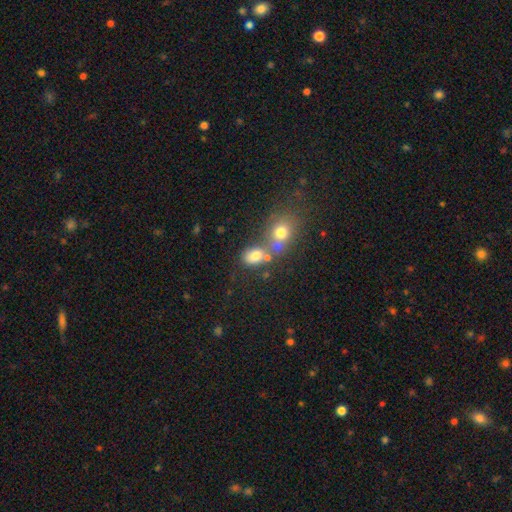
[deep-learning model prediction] This appears to be a smooth galaxy with no disk features (76%) that is in between round and cigar-shaped (65%). Merging: none (43%).